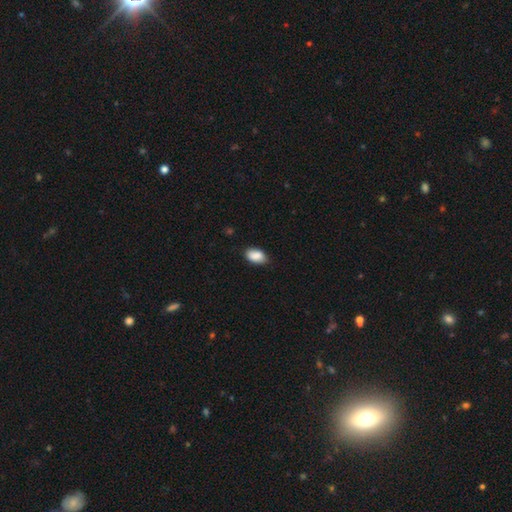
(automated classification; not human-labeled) A smooth galaxy with no disk features (89%) that is in between round and cigar-shaped (92%).

Vote fractions:
- Smooth or featured? smooth: 89% / star or artifact: 7% / featured or disk: 4%
- How rounded? in between: 92% / round: 6% / cigar-shaped: 2%
- Merging? none: 79% / minor disturbance: 17% / major disturbance: 2% / merger: 1%